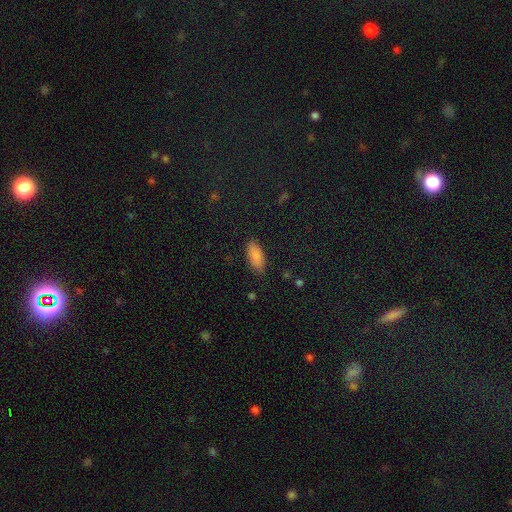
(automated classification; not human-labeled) Smooth or featured: smooth — 87% (star or artifact — 8%)
How rounded: in between — 85% (cigar-shaped — 13%)
Merging: none — 85% (minor disturbance — 11%)